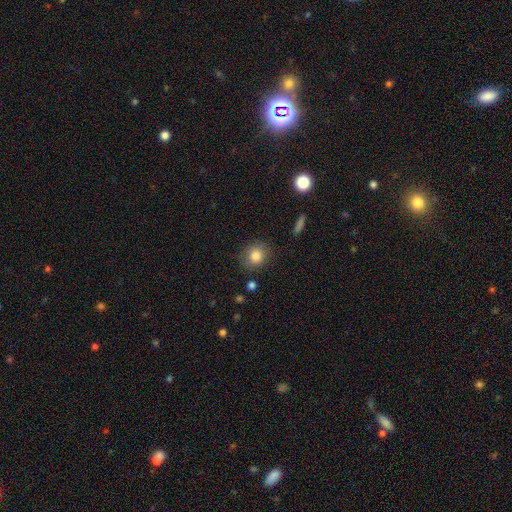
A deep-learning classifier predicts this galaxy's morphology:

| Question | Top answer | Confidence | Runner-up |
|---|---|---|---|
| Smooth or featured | smooth | 83% | star or artifact (9%) |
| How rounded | round | 76% | in between (23%) |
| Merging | none | 81% | minor disturbance (13%) |